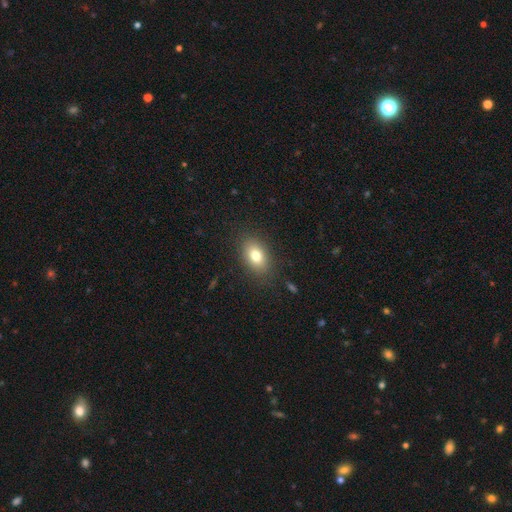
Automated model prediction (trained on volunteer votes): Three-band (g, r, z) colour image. It shows a smooth galaxy with no disk features (78%) that is in between round and cigar-shaped (83%). Merging: none (85%).